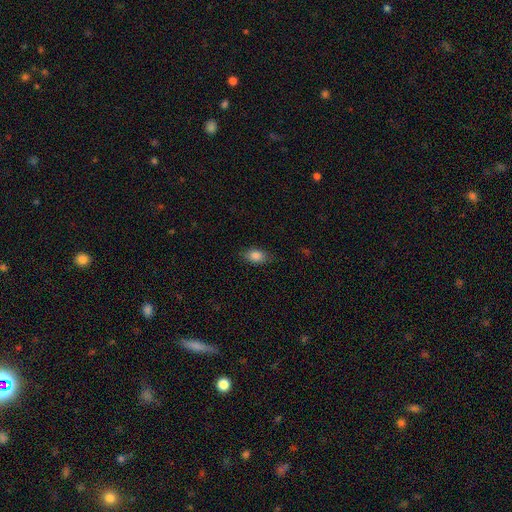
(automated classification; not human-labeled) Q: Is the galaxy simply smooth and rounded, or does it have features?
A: smooth — 85%.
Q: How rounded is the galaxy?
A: in between — 88%.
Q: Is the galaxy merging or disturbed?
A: none — 80%.